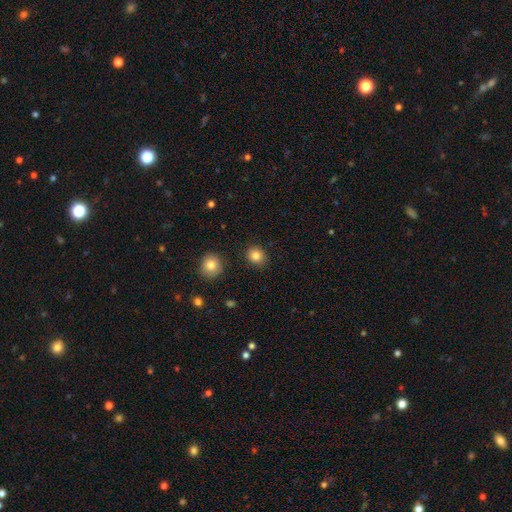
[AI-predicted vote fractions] A smooth galaxy with no disk features (84%) that is round (78%).

Vote fractions:
- Smooth or featured? smooth: 84% / star or artifact: 10% / featured or disk: 5%
- How rounded? round: 78% / in between: 21% / cigar-shaped: 1%
- Merging? none: 89% / minor disturbance: 7% / major disturbance: 2% / merger: 2%